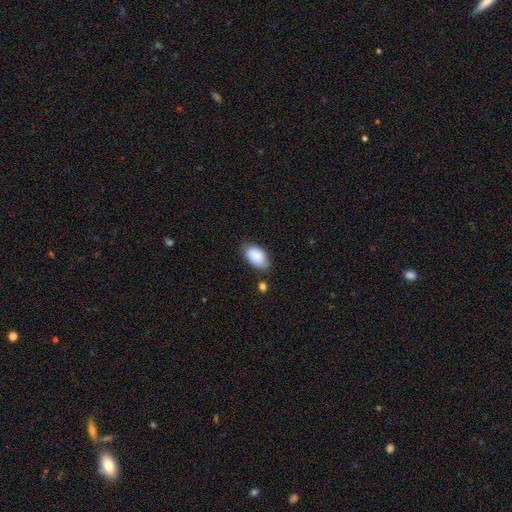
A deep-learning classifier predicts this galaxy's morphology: Q: Smooth or featured?
A: smooth (87%); runner-up: star or artifact (7%)
Q: How rounded?
A: in between (93%); runner-up: round (5%)
Q: Merging?
A: none (66%); runner-up: minor disturbance (24%)